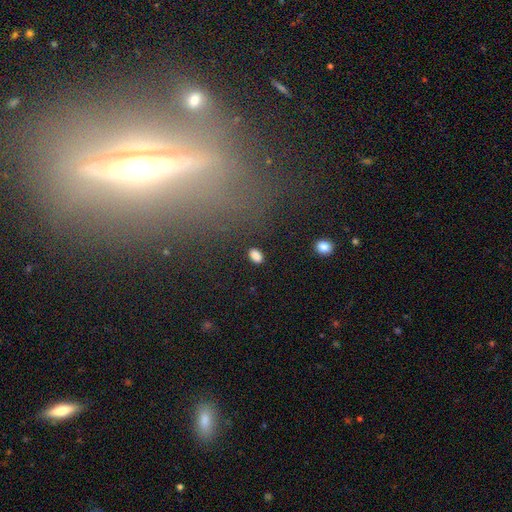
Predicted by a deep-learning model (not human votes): Q: Smooth or featured?
A: smooth (85%); runner-up: star or artifact (11%)
Q: How rounded?
A: in between (89%); runner-up: round (9%)
Q: Merging?
A: none (87%); runner-up: minor disturbance (8%)